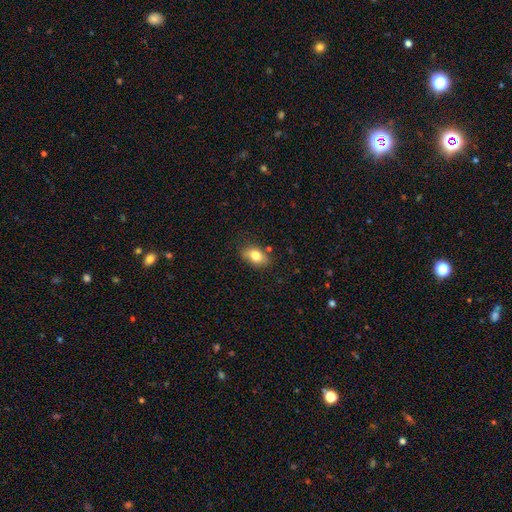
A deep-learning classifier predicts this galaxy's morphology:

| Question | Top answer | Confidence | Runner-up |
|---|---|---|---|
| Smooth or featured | smooth | 80% | featured or disk (12%) |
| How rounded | in between | 84% | round (13%) |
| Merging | none | 78% | minor disturbance (16%) |